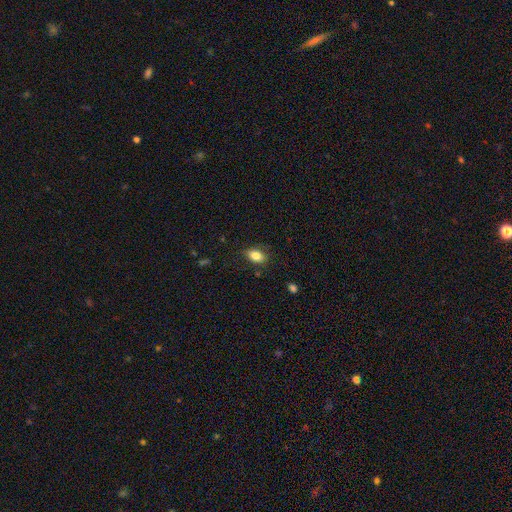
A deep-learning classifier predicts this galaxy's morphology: Overall: smooth (83%). How rounded: in between (84%). Merging: none (80%).